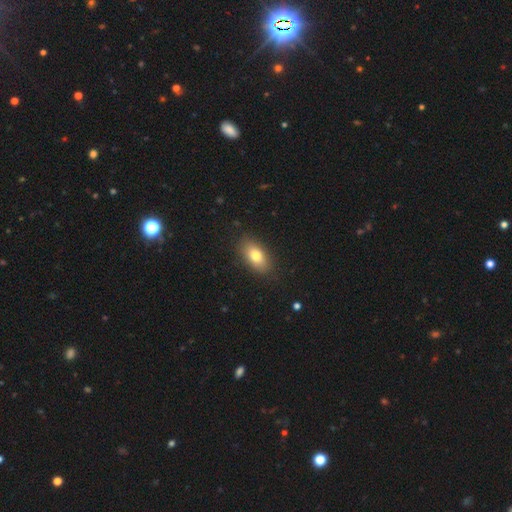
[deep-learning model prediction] A smooth galaxy with no disk features (77%) that is in between round and cigar-shaped (88%). Merging: none (86%).